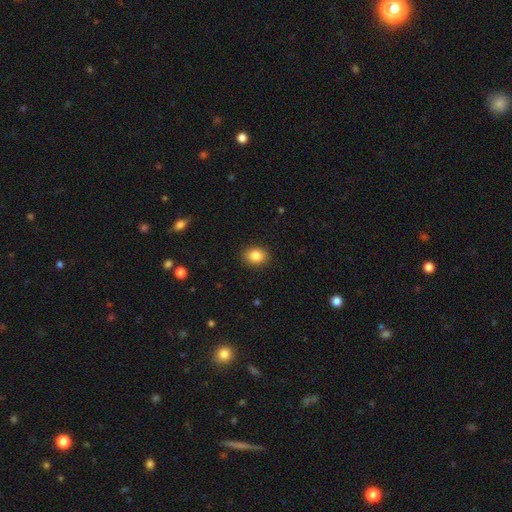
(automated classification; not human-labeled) A smooth galaxy with no disk features (86%) that is in between round and cigar-shaped (56%). Merging: none (89%).